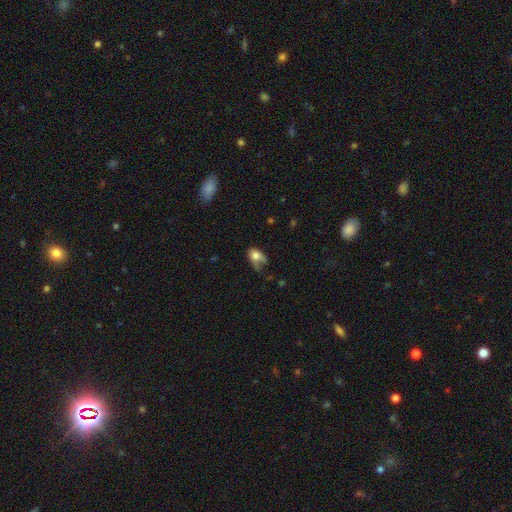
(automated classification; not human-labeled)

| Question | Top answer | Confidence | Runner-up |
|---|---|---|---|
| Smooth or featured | smooth | 69% | featured or disk (22%) |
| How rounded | in between | 78% | round (20%) |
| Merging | major disturbance | 36% | minor disturbance (33%) |